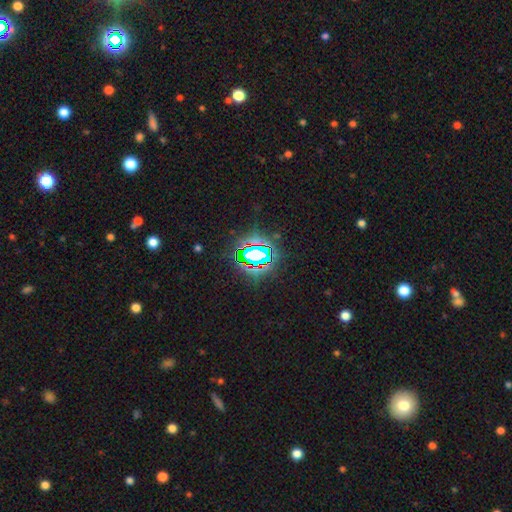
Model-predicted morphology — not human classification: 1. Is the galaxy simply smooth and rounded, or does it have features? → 80% star or artifact, 12% smooth, 8% featured or disk.